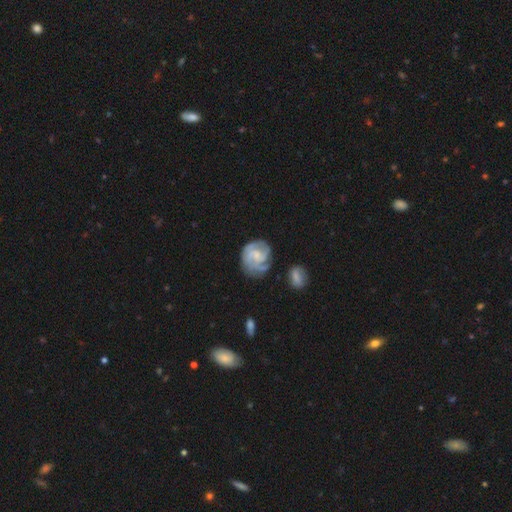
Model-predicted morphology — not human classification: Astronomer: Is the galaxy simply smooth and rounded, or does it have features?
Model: featured or disk — 80%.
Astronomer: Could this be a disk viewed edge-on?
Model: no — 98%.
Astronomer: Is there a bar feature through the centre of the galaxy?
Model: no — 55% (runner-up: weak, 38%).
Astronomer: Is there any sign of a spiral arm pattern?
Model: yes — 95%.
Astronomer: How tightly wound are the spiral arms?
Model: tight — 60%.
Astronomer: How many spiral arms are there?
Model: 3 — 34% (runner-up: 2, 31%).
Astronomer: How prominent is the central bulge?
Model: small — 47% (runner-up: moderate, 25%).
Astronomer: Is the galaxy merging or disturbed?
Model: none — 64%.